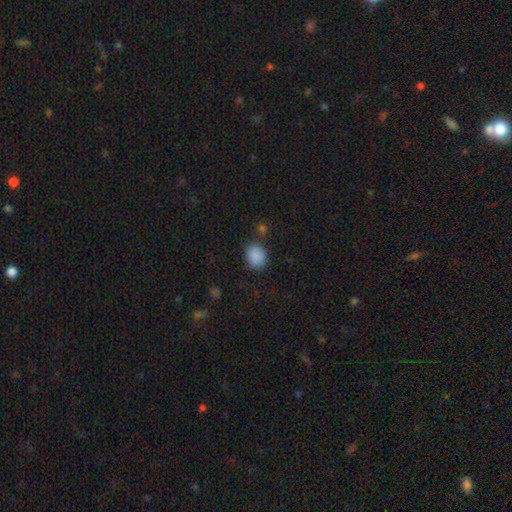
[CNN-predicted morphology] Smooth or featured?
  - smooth: 88% *
  - star or artifact: 9%
  - featured or disk: 4%
How rounded?
  - round: 60% *
  - in between: 39%
  - cigar-shaped: 1%
Merging?
  - none: 78% *
  - minor disturbance: 14%
  - merger: 5%
  - major disturbance: 4%